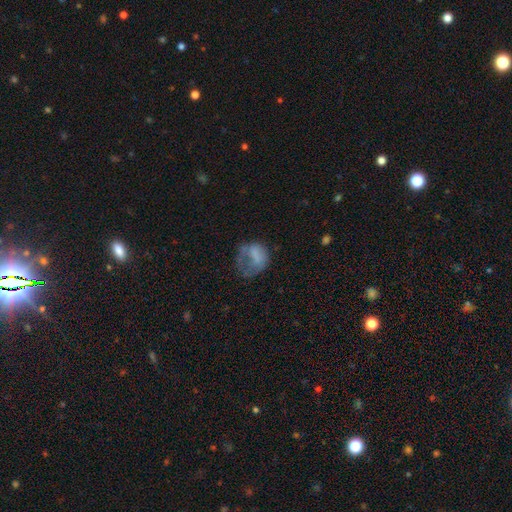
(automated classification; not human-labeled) A smooth galaxy with no disk features (60%) that is round (55%). Merging: major disturbance (44%).